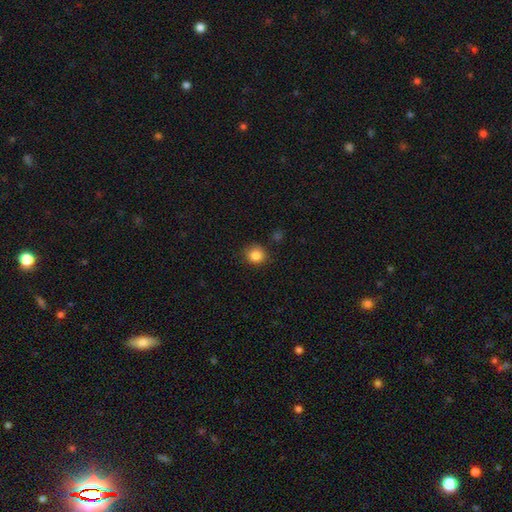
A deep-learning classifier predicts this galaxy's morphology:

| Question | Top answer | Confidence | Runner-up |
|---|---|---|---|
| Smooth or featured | smooth | 85% | star or artifact (11%) |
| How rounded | round | 89% | in between (11%) |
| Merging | none | 85% | minor disturbance (10%) |